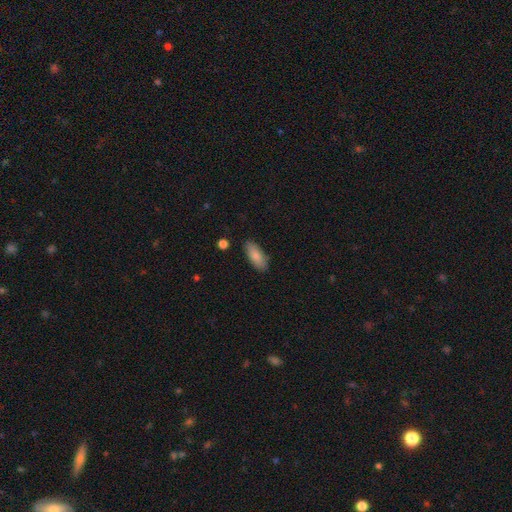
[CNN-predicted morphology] The model was most divided on "how rounded": in between: 83%, cigar-shaped: 15%, round: 2%. More confident: smooth or featured — smooth (85%); merging — none (84%).